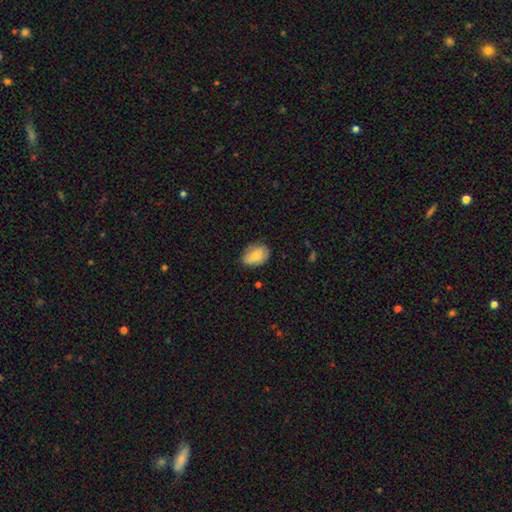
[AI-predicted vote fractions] Smooth or featured? Predicted: smooth (p=0.77). How rounded? Predicted: in between (p=0.79). Merging? Predicted: none (p=0.69).